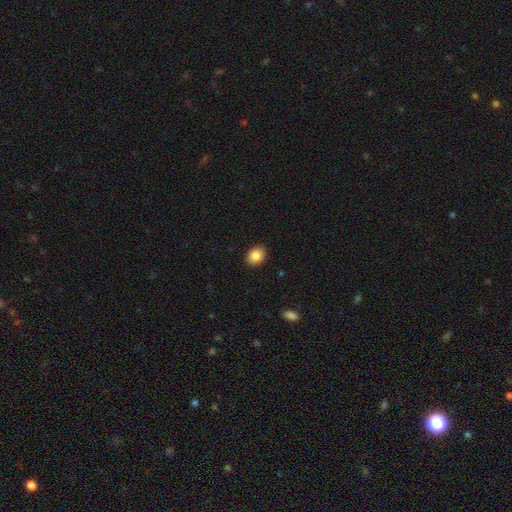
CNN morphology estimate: Overall: smooth (86%). How rounded: in between (64%; round 35%). Merging: none (90%).